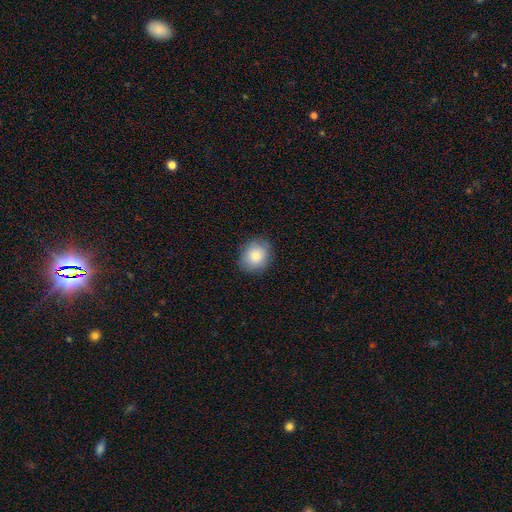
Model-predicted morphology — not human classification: Smooth or featured? Predicted: smooth (p=0.83). How rounded? Predicted: round (p=0.69). Merging? Predicted: none (p=0.85).